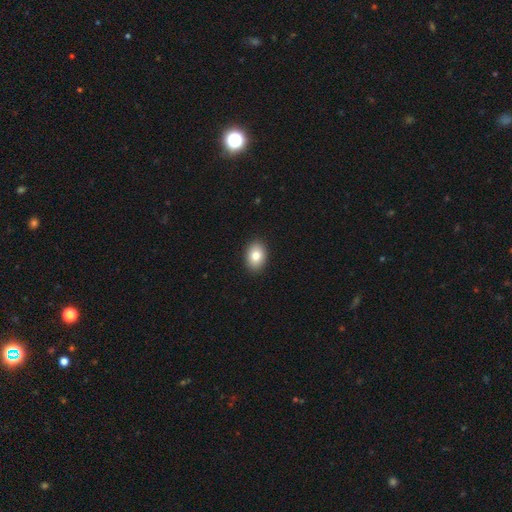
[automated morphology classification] Smooth or featured: smooth — 82% (featured or disk — 10%)
How rounded: in between — 77% (round — 22%)
Merging: none — 90% (minor disturbance — 7%)